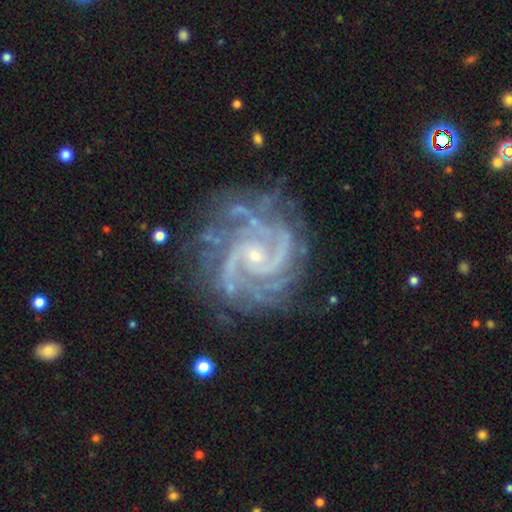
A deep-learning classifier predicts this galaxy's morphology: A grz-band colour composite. It shows a featured or disk galaxy (92%) with no bar (62%), 2 (39%) tight (59%) spiral arms (99%) and a small central bulge (79%). Merging: none (70%).